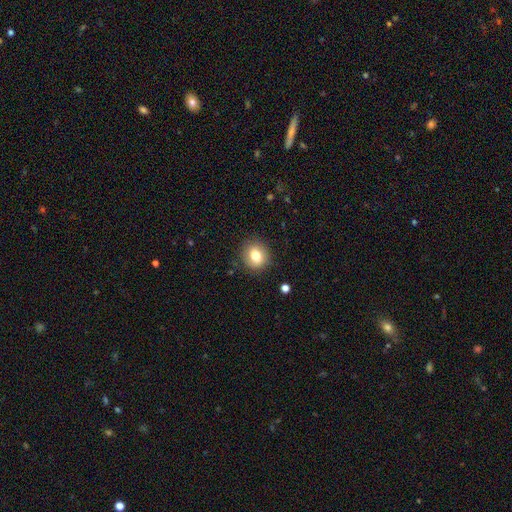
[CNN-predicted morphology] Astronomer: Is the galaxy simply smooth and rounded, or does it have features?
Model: smooth — 78%.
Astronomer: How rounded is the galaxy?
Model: round — 73%.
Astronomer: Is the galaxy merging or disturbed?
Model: none — 87%.